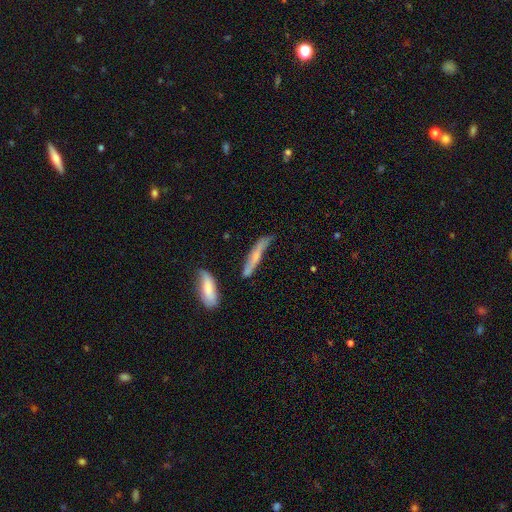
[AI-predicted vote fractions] Q: Smooth or featured?
A: smooth (54%); runner-up: featured or disk (40%)
Q: How rounded?
A: cigar-shaped (88%); runner-up: in between (10%)
Q: Merging?
A: none (55%); runner-up: minor disturbance (28%)